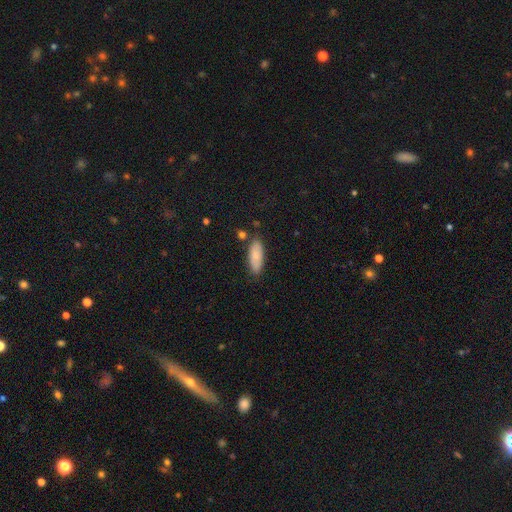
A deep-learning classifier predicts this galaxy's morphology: type=smooth (81%); roundness=in between (70%); merging=none (81%).